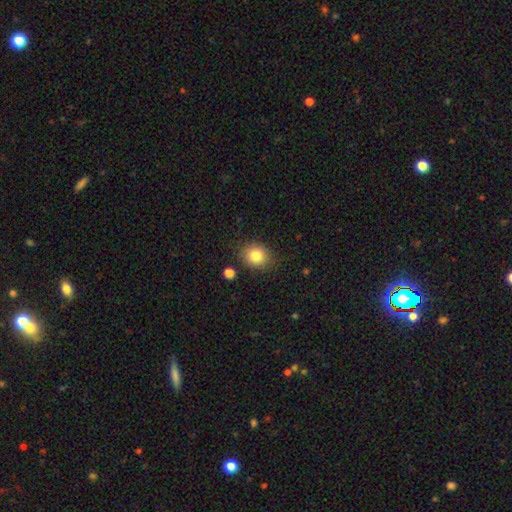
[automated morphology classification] smooth-or-featured: smooth: 82% | star or artifact: 11% | featured or disk: 8%
  how-rounded: round: 67% | in between: 32% | cigar-shaped: 1%
  merging: none: 84% | minor disturbance: 10% | major disturbance: 3% | merger: 3%